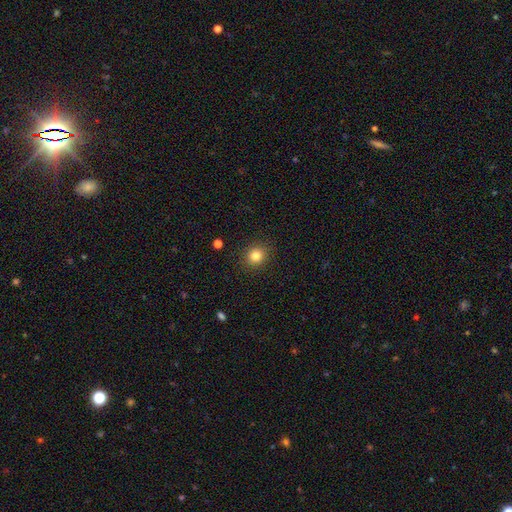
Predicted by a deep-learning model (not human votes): smooth-or-featured: smooth: 83% | star or artifact: 11% | featured or disk: 6%
  how-rounded: round: 82% | in between: 18% | cigar-shaped: 1%
  merging: none: 90% | minor disturbance: 7% | major disturbance: 2% | merger: 1%